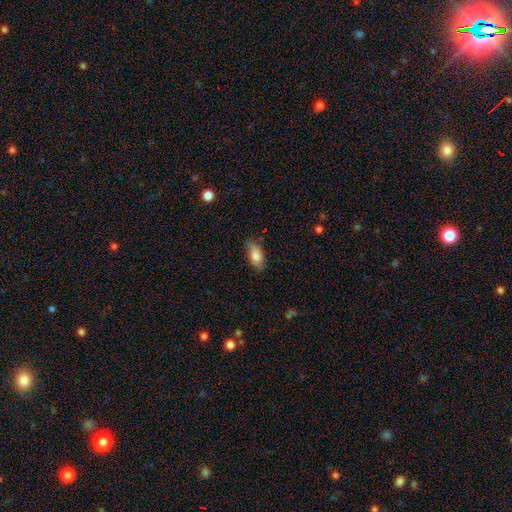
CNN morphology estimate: smooth-or-featured: smooth: 83% | featured or disk: 10% | star or artifact: 7%
  how-rounded: in between: 89% | cigar-shaped: 8% | round: 3%
  merging: none: 73% | minor disturbance: 21% | major disturbance: 4% | merger: 1%